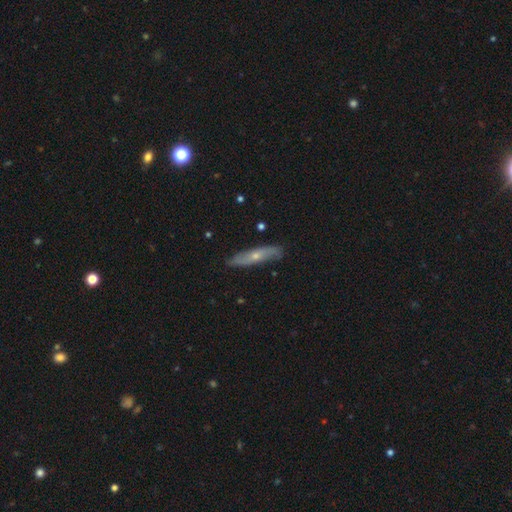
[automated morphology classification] smooth_or_featured: featured or disk (p=0.55) [alt: smooth p=0.39]
disk_edge_on: yes (p=0.62) [alt: no p=0.38]
merging: none (p=0.84) [alt: minor disturbance p=0.13]